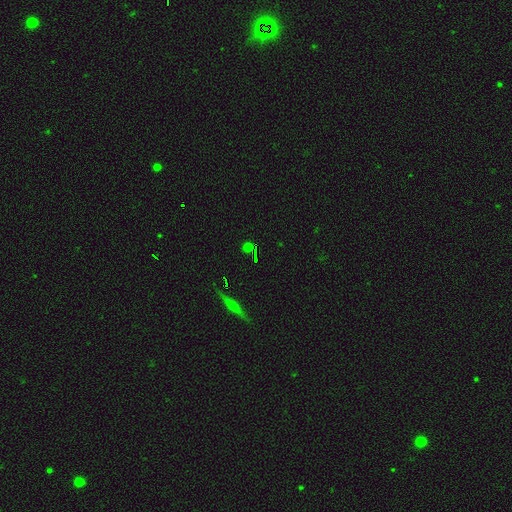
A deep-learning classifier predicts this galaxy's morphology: star or artifact 58%, smooth 27%, featured or disk 15%.